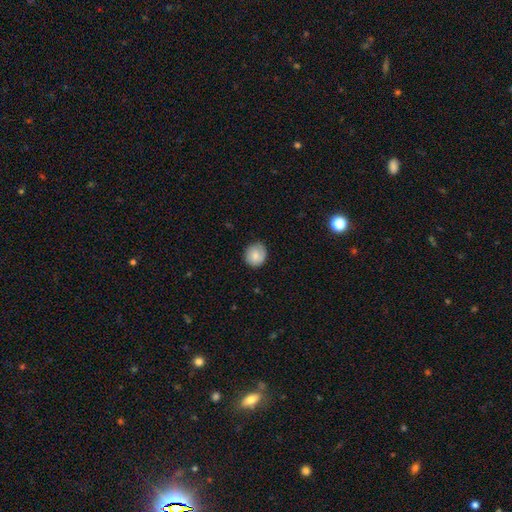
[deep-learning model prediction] The model was most divided on "smooth or featured": smooth: 80%, featured or disk: 13%, star or artifact: 7%. More confident: how rounded — round (87%); merging — none (81%).